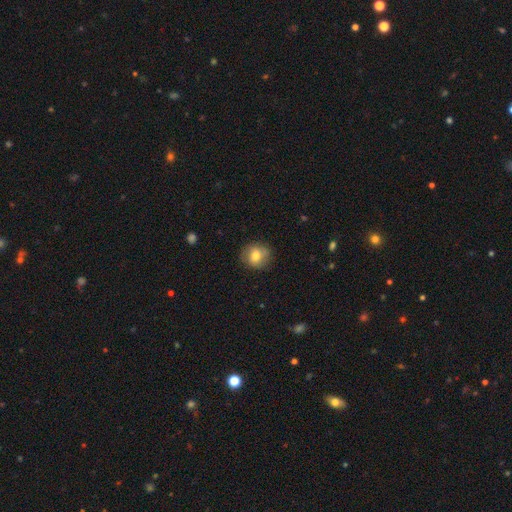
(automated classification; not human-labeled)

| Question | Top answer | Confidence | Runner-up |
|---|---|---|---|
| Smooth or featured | smooth | 72% | featured or disk (19%) |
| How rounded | round | 84% | in between (15%) |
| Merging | none | 83% | minor disturbance (12%) |